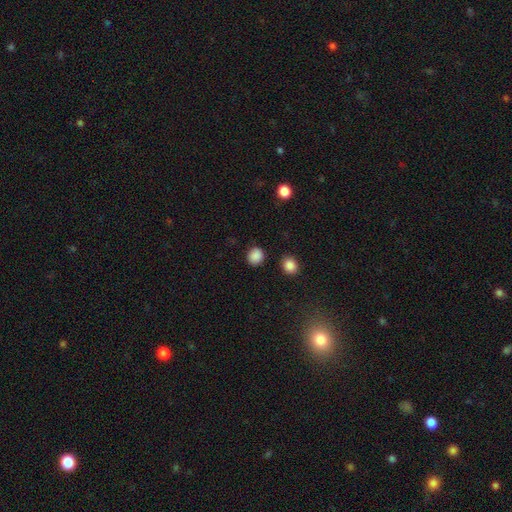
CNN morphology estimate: smooth_or_featured: smooth (p=0.87) [alt: star or artifact p=0.10]
how_rounded: round (p=0.82) [alt: in between p=0.17]
merging: none (p=0.87) [alt: minor disturbance p=0.08]